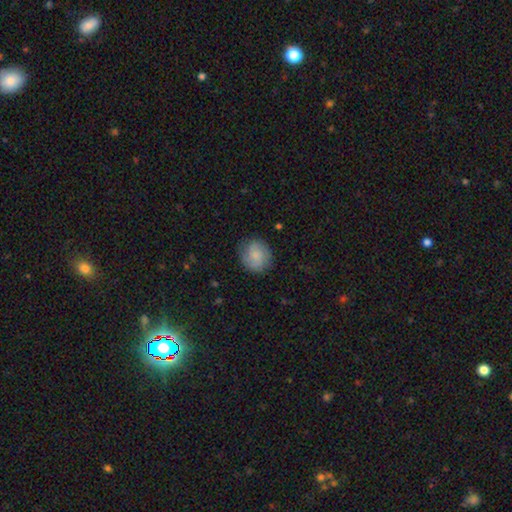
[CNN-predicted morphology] A smooth galaxy with no disk features (71%) that is round (77%). Merging: none (80%).